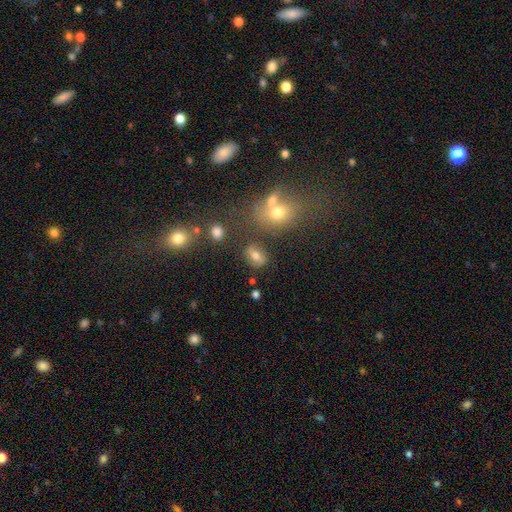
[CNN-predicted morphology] Overall: smooth (65%). How rounded: in between (67%; round 30%). Merging: none (73%).